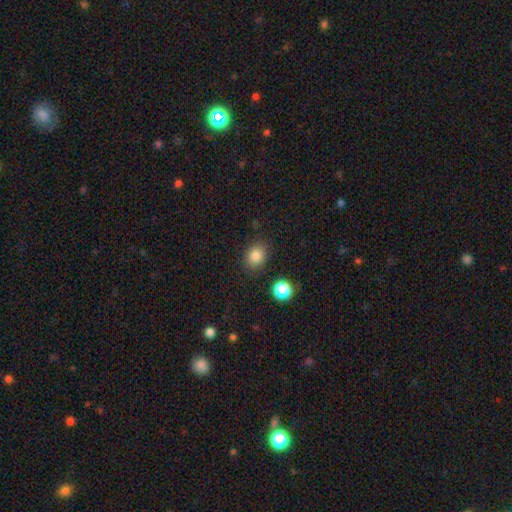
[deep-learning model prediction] smooth_or_featured: smooth (p=0.83) [alt: star or artifact p=0.11]
how_rounded: round (p=0.56) [alt: in between p=0.43]
merging: none (p=0.84) [alt: minor disturbance p=0.10]